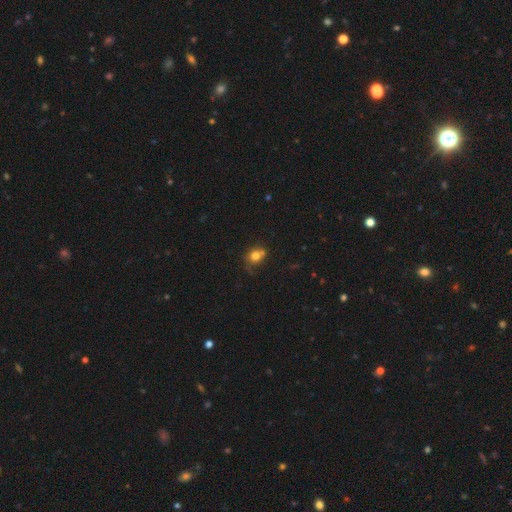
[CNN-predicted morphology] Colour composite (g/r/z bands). It shows a smooth galaxy with no disk features (76%) that is round (69%). Merging: none (51%).